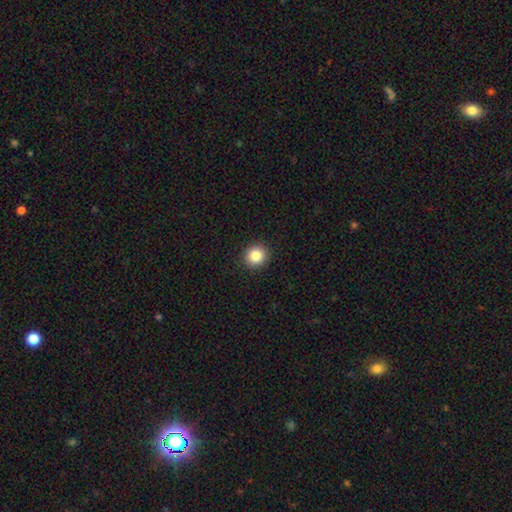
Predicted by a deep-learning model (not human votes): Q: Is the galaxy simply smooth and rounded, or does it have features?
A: smooth — 85%.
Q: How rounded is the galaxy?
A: round — 91%.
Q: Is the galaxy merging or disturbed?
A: none — 92%.